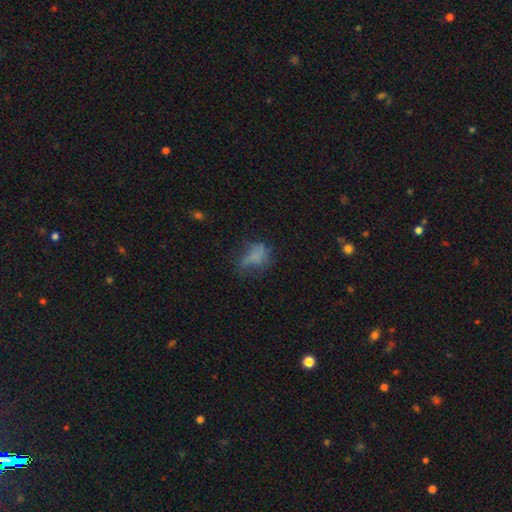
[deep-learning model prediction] This is possibly a smooth galaxy (54%). How rounded: likely in between (77%). Merging: marginally major disturbance (36%).